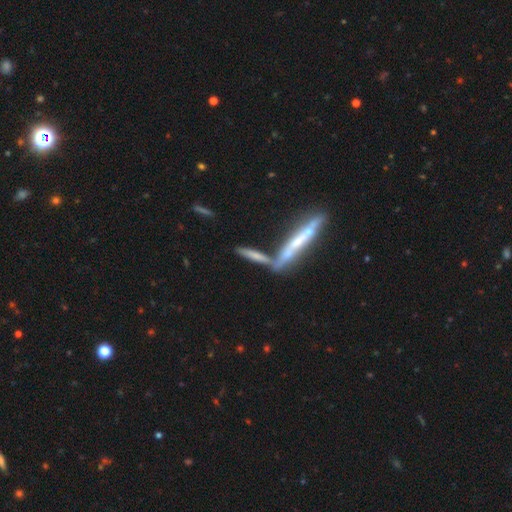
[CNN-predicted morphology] Smooth or featured?
  - smooth: 55% *
  - featured or disk: 36%
  - star or artifact: 9%
How rounded?
  - cigar-shaped: 82% *
  - in between: 16%
  - round: 3%
Merging?
  - none: 46% *
  - merger: 39%
  - minor disturbance: 10%
  - major disturbance: 5%